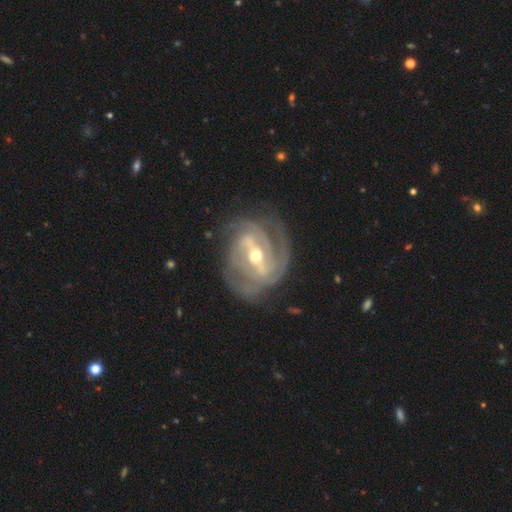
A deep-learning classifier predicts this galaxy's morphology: Q: Smooth or featured?
A: featured or disk (91%); runner-up: star or artifact (5%)
Q: Edge-on disk?
A: no (97%); runner-up: yes (3%)
Q: Bar?
A: strong (57%); runner-up: weak (33%)
Q: Spiral arms?
A: yes (97%); runner-up: no (3%)
Q: Spiral winding?
A: tight (59%); runner-up: medium (34%)
Q: Spiral arm count?
A: 3 (32%); runner-up: 2 (29%)
Q: Bulge size?
A: moderate (60%); runner-up: small (36%)
Q: Merging?
A: none (72%); runner-up: minor disturbance (17%)